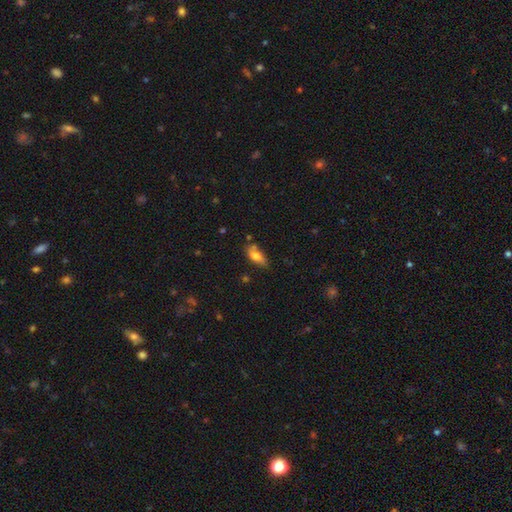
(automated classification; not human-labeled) Smooth or featured?
  - smooth: 72% *
  - featured or disk: 20%
  - star or artifact: 8%
How rounded?
  - in between: 80% *
  - cigar-shaped: 16%
  - round: 4%
Merging?
  - none: 56% *
  - minor disturbance: 27%
  - merger: 10%
  - major disturbance: 7%